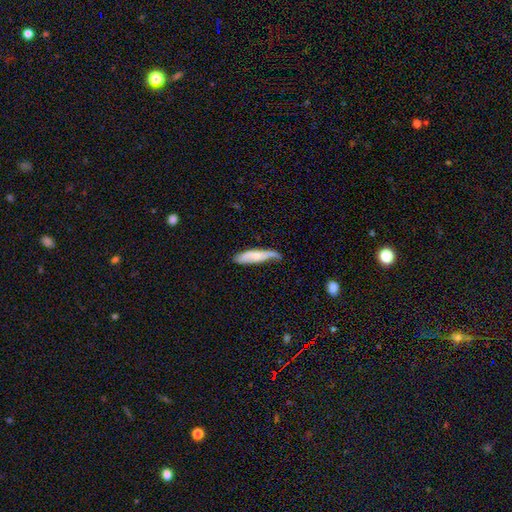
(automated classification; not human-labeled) smooth_or_featured: smooth (p=0.60) [alt: featured or disk p=0.34]
how_rounded: cigar-shaped (p=0.71) [alt: in between p=0.27]
merging: none (p=0.43) [alt: minor disturbance p=0.38]